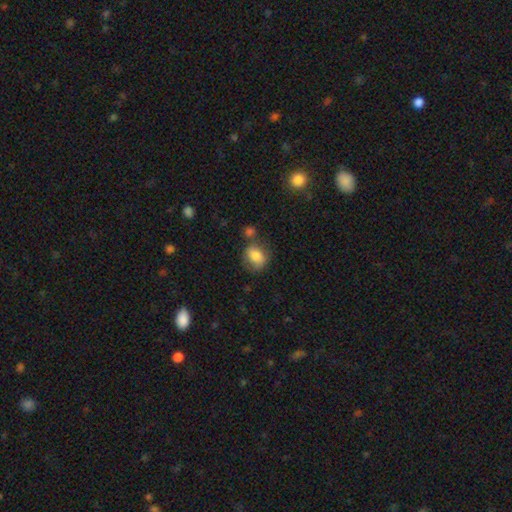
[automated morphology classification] This is clearly a smooth galaxy (80%). How rounded: possibly in between (52%). Merging: possibly none (54%).